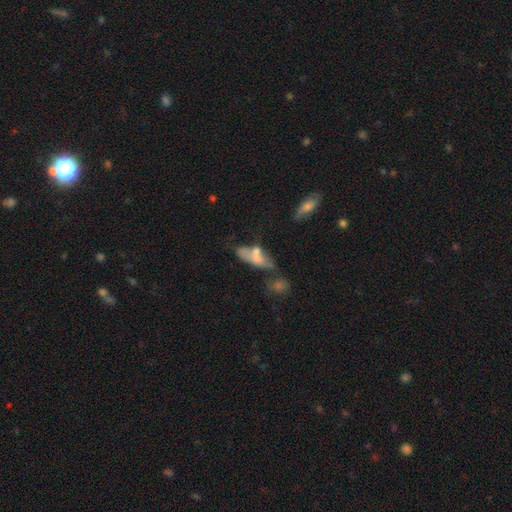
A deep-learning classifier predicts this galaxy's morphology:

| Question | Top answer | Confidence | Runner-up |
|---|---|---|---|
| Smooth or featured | smooth | 57% | featured or disk (34%) |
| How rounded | in between | 71% | cigar-shaped (25%) |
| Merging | merger | 41% | none (27%) |